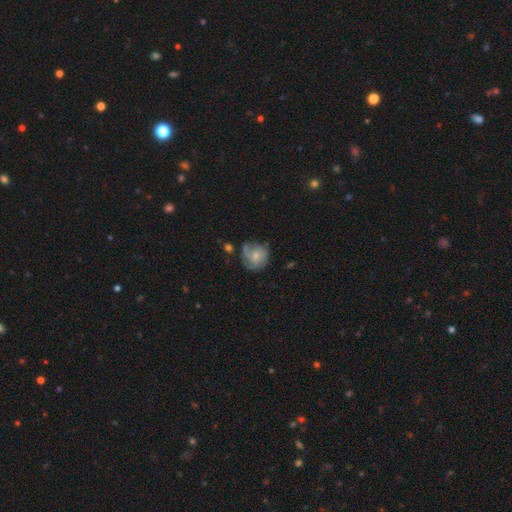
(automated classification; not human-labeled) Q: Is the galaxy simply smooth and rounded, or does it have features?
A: featured or disk — 52%.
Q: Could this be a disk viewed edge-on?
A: no — 98%.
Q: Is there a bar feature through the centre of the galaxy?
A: no — 78%.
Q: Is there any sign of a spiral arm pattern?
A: yes — 75%.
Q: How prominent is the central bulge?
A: small — 54%.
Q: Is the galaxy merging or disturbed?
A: none — 54%.